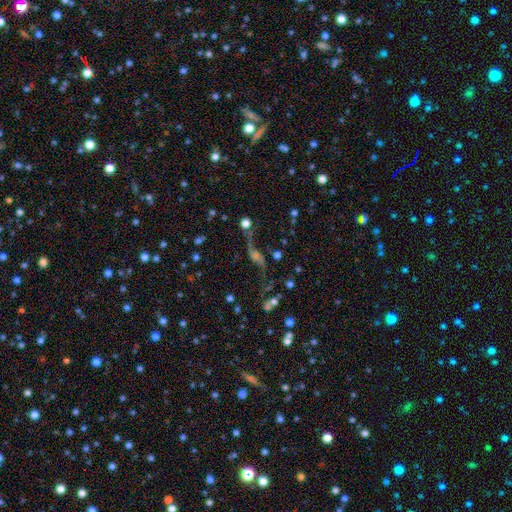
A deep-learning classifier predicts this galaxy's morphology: type=featured or disk (57%); edge-on=no (84%); merging=none (46%).